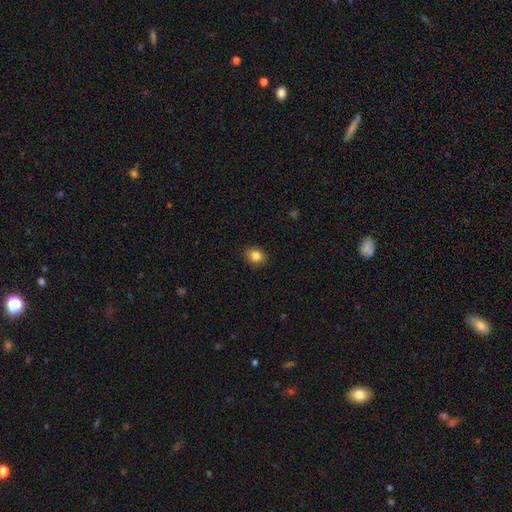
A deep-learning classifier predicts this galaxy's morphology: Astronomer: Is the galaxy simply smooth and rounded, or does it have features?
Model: smooth — 84%.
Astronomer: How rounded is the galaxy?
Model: round — 61% (runner-up: in between, 38%).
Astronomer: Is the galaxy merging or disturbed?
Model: none — 89%.